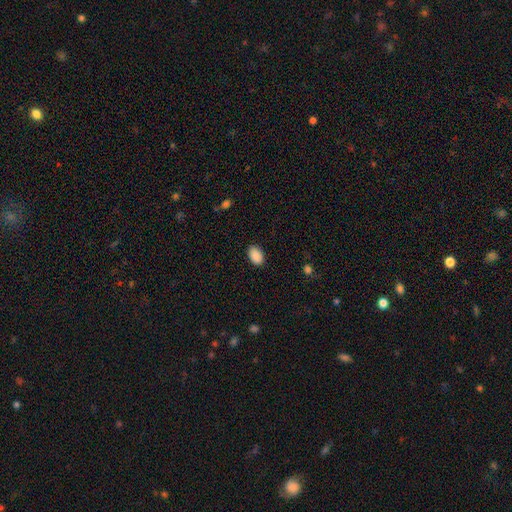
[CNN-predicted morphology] A smooth galaxy with no disk features (90%) that is in between round and cigar-shaped (90%). Merging: none (88%).